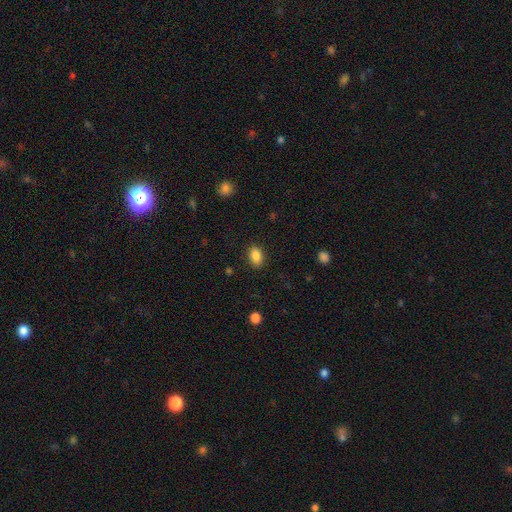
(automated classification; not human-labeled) This appears to be a smooth galaxy with no disk features (87%) that is in between round and cigar-shaped (85%). Merging: none (87%).